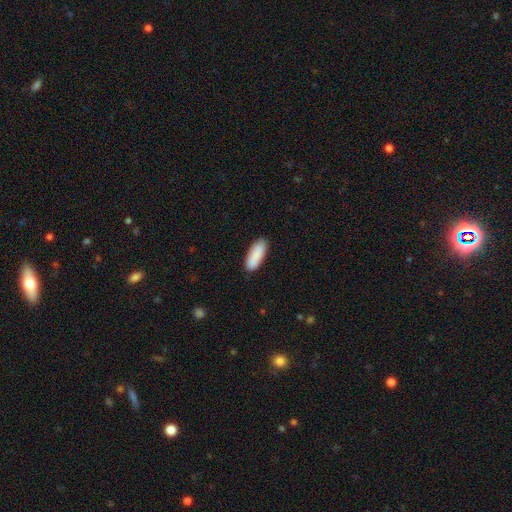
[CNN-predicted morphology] Smooth or featured? Predicted: smooth (p=0.90). How rounded? Predicted: in between (p=0.72). Merging? Predicted: none (p=0.87).